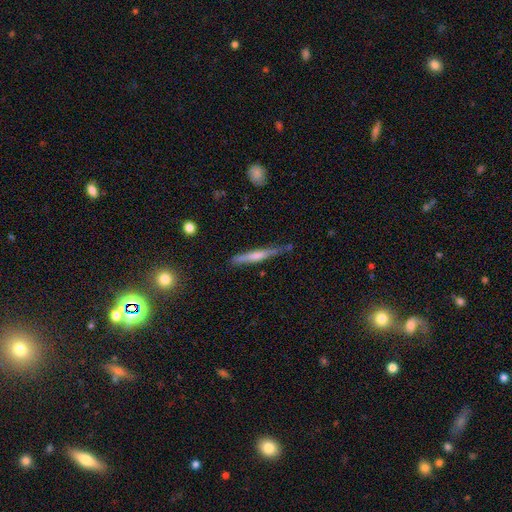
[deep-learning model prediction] This is possibly a smooth galaxy (47%). Merging: likely none (72%).